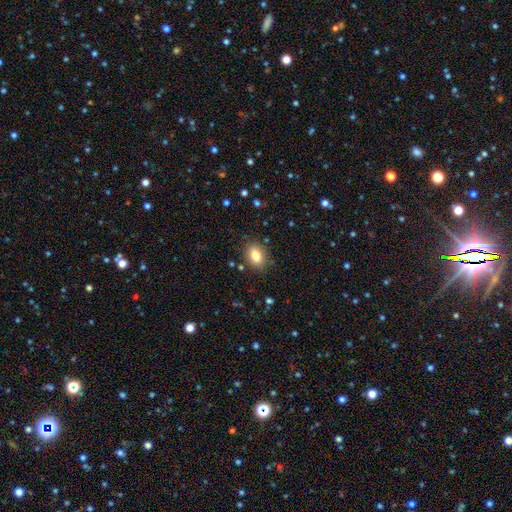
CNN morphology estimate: Smooth or featured? Predicted: smooth (p=0.84). How rounded? Predicted: in between (p=0.81). Merging? Predicted: none (p=0.84).